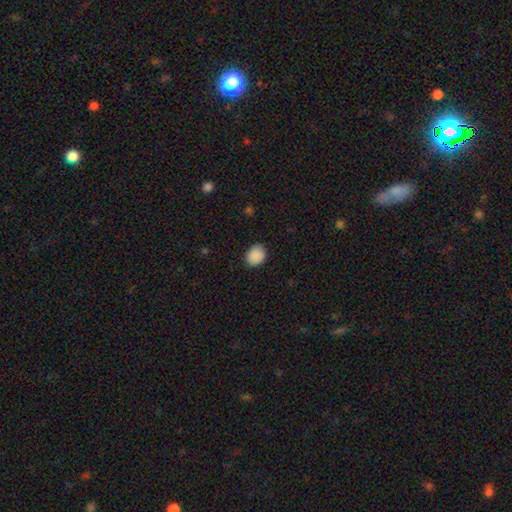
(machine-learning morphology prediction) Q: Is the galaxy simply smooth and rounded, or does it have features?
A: smooth — 89%.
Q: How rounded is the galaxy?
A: round — 58%.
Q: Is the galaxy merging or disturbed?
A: none — 86%.